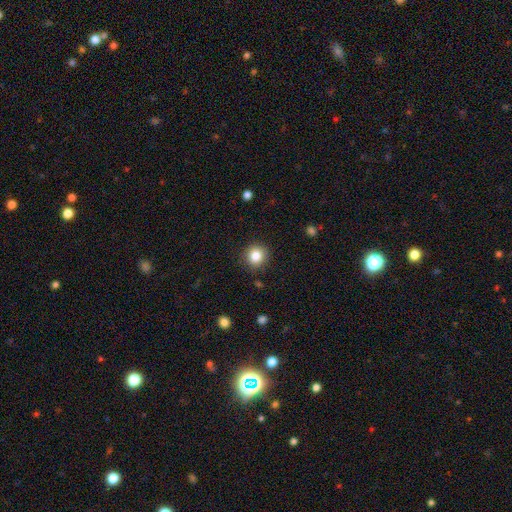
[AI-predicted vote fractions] smooth 83%, star or artifact 11%, featured or disk 6%. Down the decision tree: how rounded — round (91%); merging — none (90%).